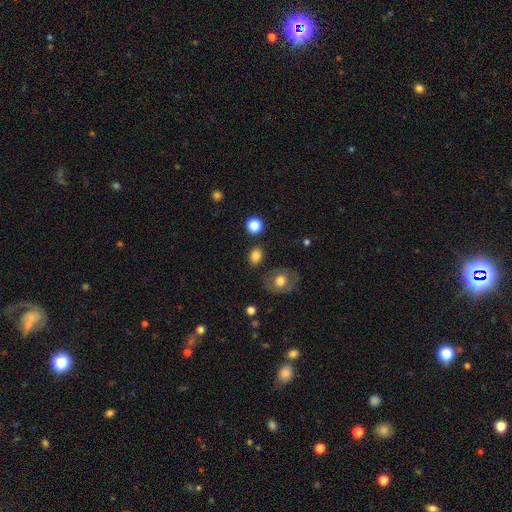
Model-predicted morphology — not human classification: This is clearly a smooth galaxy (83%). How rounded: possibly in between (57%). Merging: clearly none (82%).